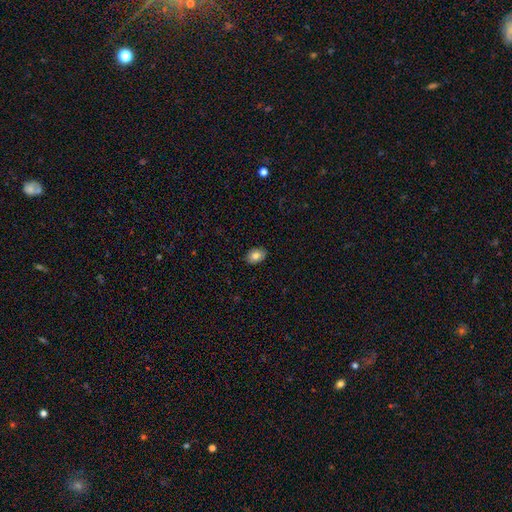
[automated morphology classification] A smooth galaxy with no disk features (82%) that is in between round and cigar-shaped (78%). Merging: none (89%).